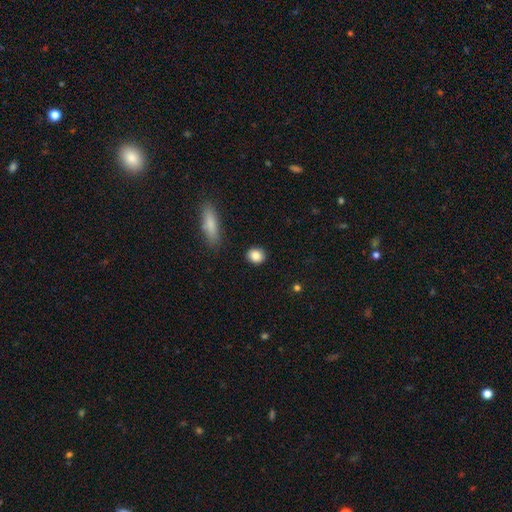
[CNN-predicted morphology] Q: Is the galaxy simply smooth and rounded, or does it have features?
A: smooth — 87%.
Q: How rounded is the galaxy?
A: round — 66%.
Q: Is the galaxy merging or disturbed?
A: none — 87%.